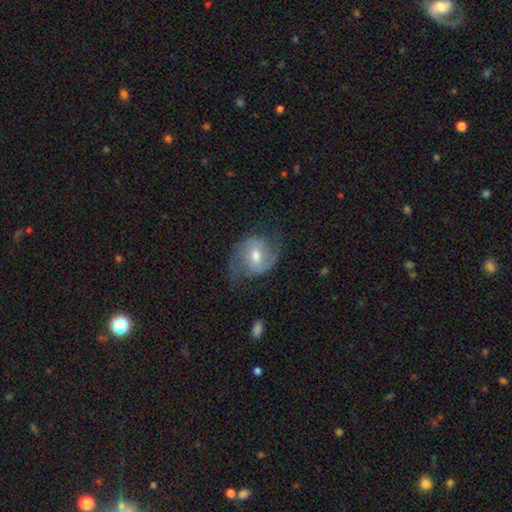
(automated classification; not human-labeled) A featured or disk galaxy (78%) with a weak bar (50%), 2 (88%) medium (49%) spiral arms (93%) and a moderate central bulge (69%).

Vote fractions:
- Smooth or featured? featured or disk: 78% / smooth: 16% / star or artifact: 6%
- Edge-on disk? no: 97% / yes: 3%
- Bar? weak: 50% / no: 37% / strong: 14%
- Spiral arms? yes: 93% / no: 7%
- Spiral winding? medium: 49% / loose: 32% / tight: 19%
- Spiral arm count? 2: 88% / can't tell: 5% / 1: 3% / 3: 2% / 4: 1% / more than 4: 1%
- Bulge size? moderate: 69% / small: 22% / large: 6% / none: 2% / dominant: 1%
- Merging? none: 65% / minor disturbance: 21% / major disturbance: 12% / merger: 1%